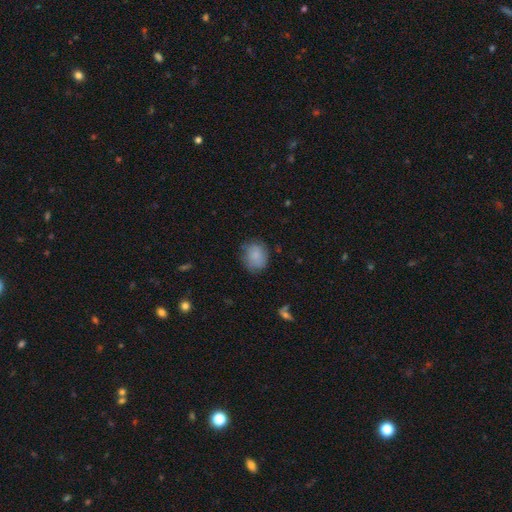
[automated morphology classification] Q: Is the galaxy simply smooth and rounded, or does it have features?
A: smooth — 81%.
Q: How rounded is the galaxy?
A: round — 65%.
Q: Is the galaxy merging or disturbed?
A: none — 73%.